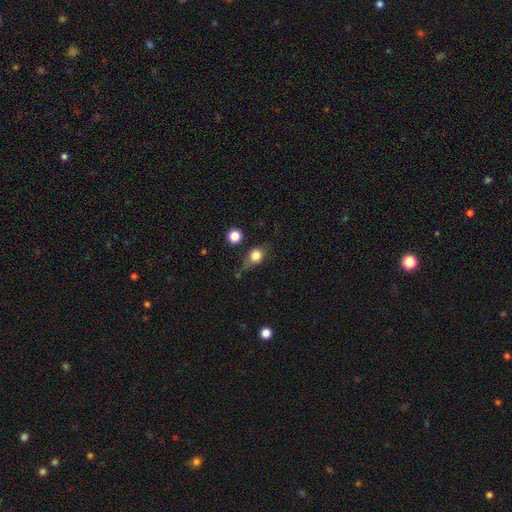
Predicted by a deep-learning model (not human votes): Smooth or featured? Predicted: smooth (p=0.73). How rounded? Predicted: round (p=0.60). Merging? Predicted: none (p=0.58).